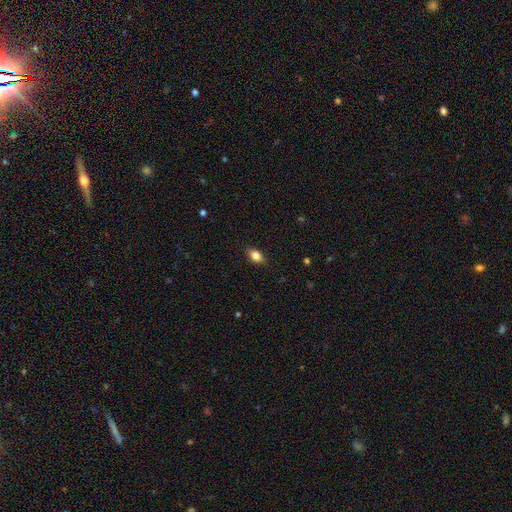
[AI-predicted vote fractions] The model was most divided on "how rounded": in between: 82%, round: 14%, cigar-shaped: 4%. More confident: merging — none (86%); smooth or featured — smooth (82%).